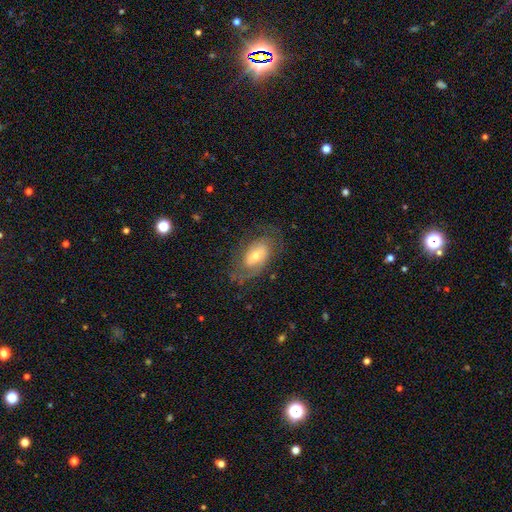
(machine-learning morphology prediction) Q: Smooth or featured?
A: featured or disk (65%); runner-up: smooth (28%)
Q: Edge-on disk?
A: no (93%); runner-up: yes (7%)
Q: Bar?
A: no (44%); runner-up: weak (40%)
Q: Spiral arms?
A: yes (81%); runner-up: no (19%)
Q: Bulge size?
A: moderate (52%); runner-up: small (39%)
Q: Merging?
A: none (67%); runner-up: minor disturbance (19%)